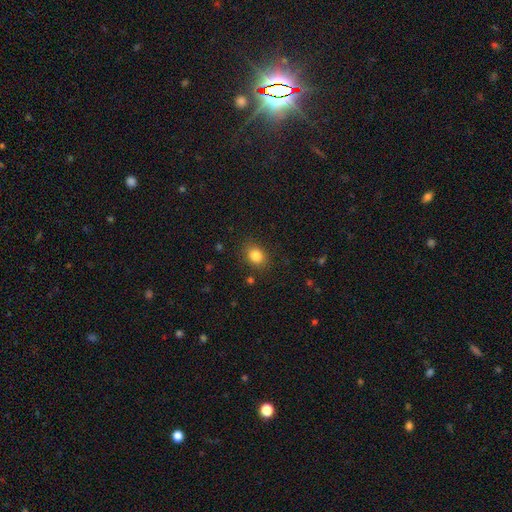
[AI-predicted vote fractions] Smooth or featured: smooth — 84% (star or artifact — 11%)
How rounded: round — 52% (in between — 48%)
Merging: none — 84% (minor disturbance — 11%)